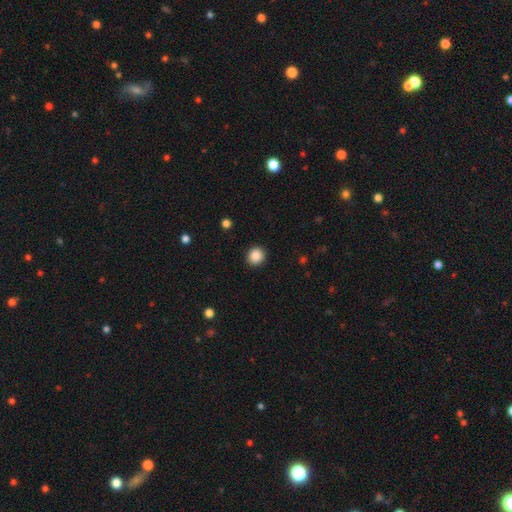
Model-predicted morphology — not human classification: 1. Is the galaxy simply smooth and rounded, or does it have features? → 87% smooth, 9% star or artifact, 4% featured or disk.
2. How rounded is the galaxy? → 90% round, 9% in between, 1% cigar-shaped.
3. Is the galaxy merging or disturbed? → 92% none, 5% minor disturbance, 2% major disturbance, 1% merger.